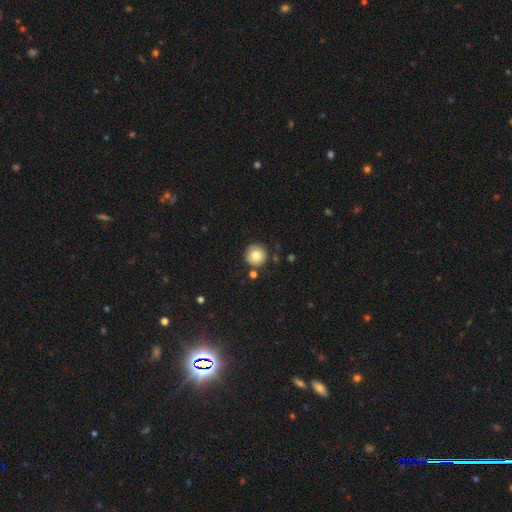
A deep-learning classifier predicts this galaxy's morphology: Smooth or featured: smooth — 77% (featured or disk — 14%)
How rounded: round — 95% (in between — 4%)
Merging: none — 82% (minor disturbance — 10%)